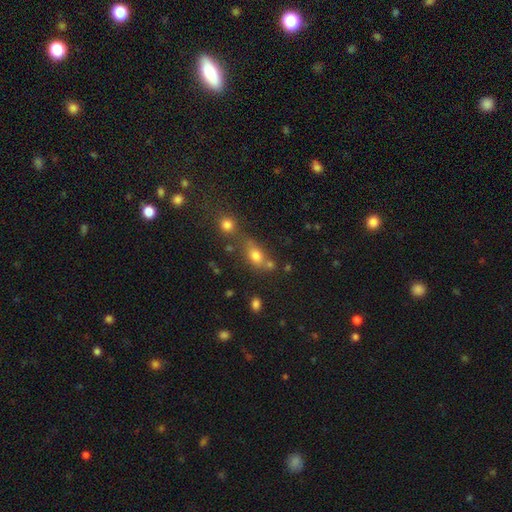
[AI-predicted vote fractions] Smooth or featured? Predicted: smooth (p=0.73). How rounded? Predicted: in between (p=0.65). Merging? Predicted: none (p=0.45).